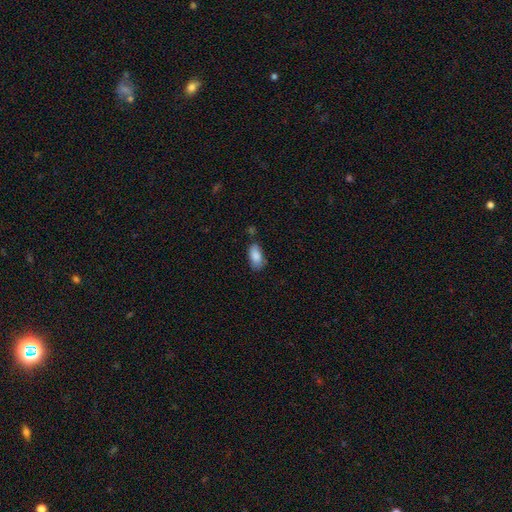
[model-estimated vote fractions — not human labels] A smooth galaxy with no disk features (86%) that is in between round and cigar-shaped (92%).

Vote fractions:
- Smooth or featured? smooth: 86% / star or artifact: 7% / featured or disk: 7%
- How rounded? in between: 92% / cigar-shaped: 5% / round: 3%
- Merging? none: 64% / minor disturbance: 25% / major disturbance: 6% / merger: 5%